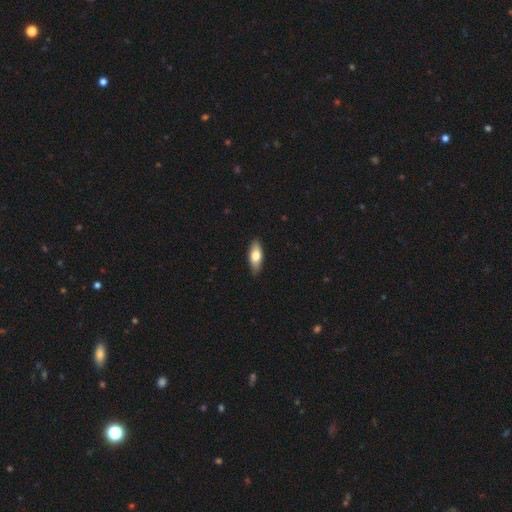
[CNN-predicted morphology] Smooth or featured? smooth (70%)
How rounded? in between (76%)
Merging? none (87%)